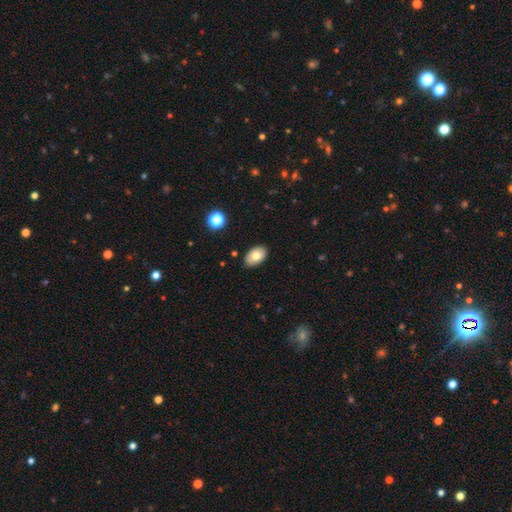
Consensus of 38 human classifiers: Smooth or featured?
  - smooth: 82% *
  - featured or disk: 13%
  - star or artifact: 5%
How rounded?
  - in between: 90% *
  - round: 10%
  - cigar-shaped: 0%
Merging?
  - none: 92% *
  - minor disturbance: 6%
  - major disturbance: 3%
  - merger: 0%